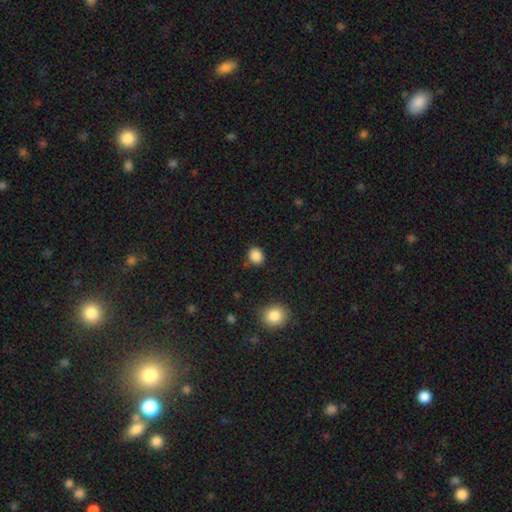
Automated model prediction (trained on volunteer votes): Q: Smooth or featured?
A: smooth (87%); runner-up: star or artifact (10%)
Q: How rounded?
A: round (68%); runner-up: in between (31%)
Q: Merging?
A: none (84%); runner-up: minor disturbance (11%)